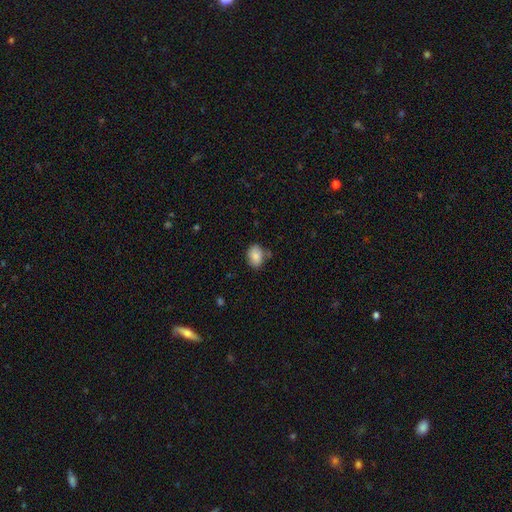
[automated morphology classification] Smooth or featured? Predicted: smooth (p=0.85). How rounded? Predicted: in between (p=0.68). Merging? Predicted: none (p=0.71).